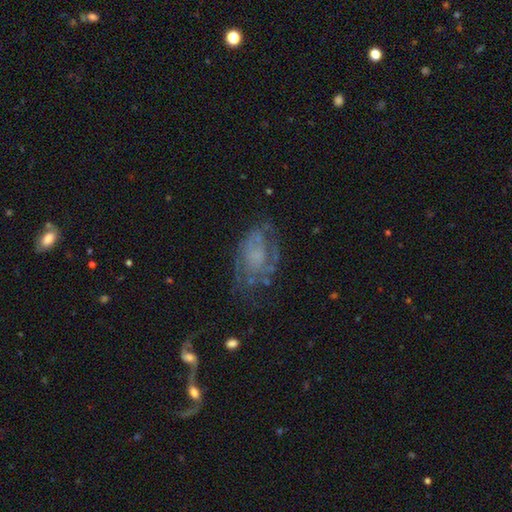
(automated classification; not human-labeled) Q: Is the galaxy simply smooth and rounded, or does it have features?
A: featured or disk — 64%.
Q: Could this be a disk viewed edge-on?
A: no — 96%.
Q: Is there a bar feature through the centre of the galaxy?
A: no — 81%.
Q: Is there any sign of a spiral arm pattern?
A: yes — 59%.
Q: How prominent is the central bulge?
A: none — 59%.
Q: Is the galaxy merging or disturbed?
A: none — 50%.